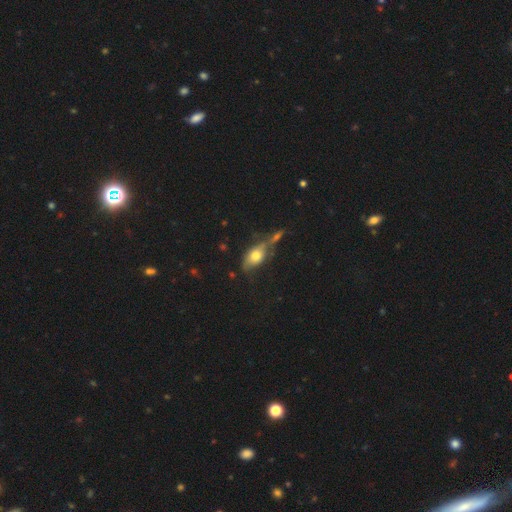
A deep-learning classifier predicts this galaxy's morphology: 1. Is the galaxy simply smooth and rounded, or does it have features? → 63% smooth, 27% featured or disk, 10% star or artifact.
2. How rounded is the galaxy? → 82% in between, 10% round, 8% cigar-shaped.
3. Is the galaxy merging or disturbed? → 40% none, 26% merger, 20% minor disturbance, 13% major disturbance.